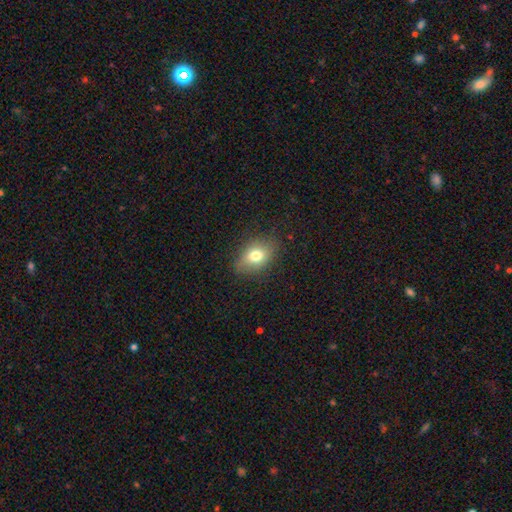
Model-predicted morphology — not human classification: smooth_or_featured: smooth (p=0.75) [alt: featured or disk p=0.15]
how_rounded: in between (p=0.78) [alt: round p=0.20]
merging: none (p=0.80) [alt: minor disturbance p=0.14]